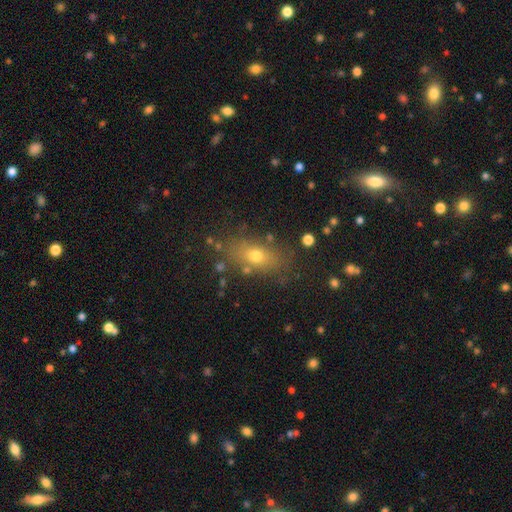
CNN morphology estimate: This is likely a smooth galaxy (66%). How rounded: likely in between (72%). Merging: likely none (79%).